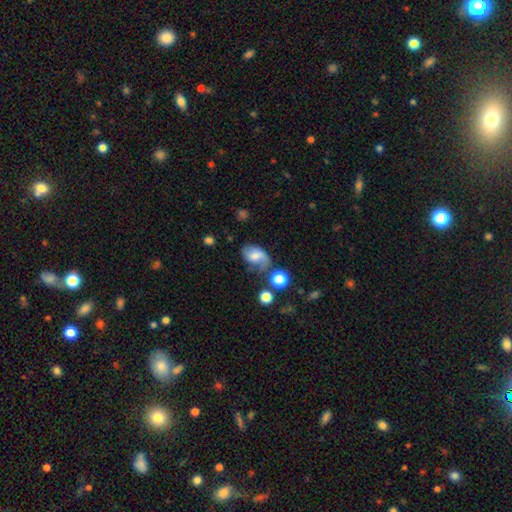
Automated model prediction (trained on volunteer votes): Smooth or featured? featured or disk (45%)
Merging? none (45%)